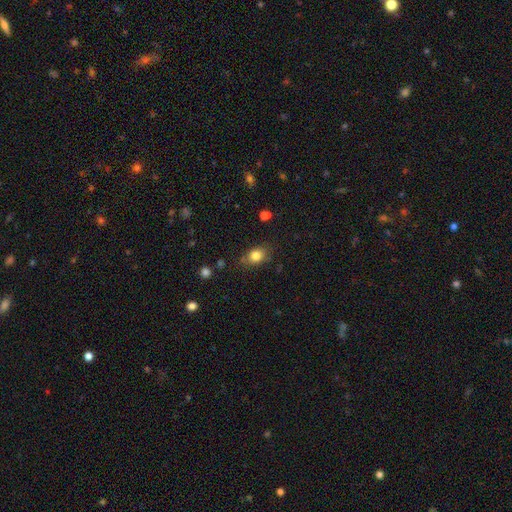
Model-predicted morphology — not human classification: Q: Smooth or featured?
A: smooth (83%); runner-up: star or artifact (10%)
Q: How rounded?
A: in between (64%); runner-up: round (34%)
Q: Merging?
A: none (77%); runner-up: minor disturbance (17%)